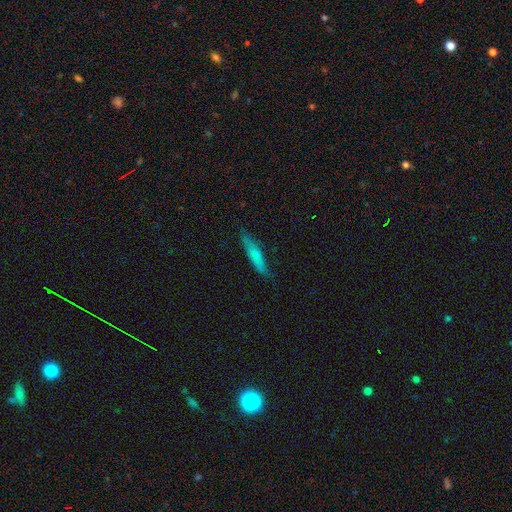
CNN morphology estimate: This appears to be a smooth galaxy with no disk features (68%) that is cigar-shaped (88%). Merging: none (80%).